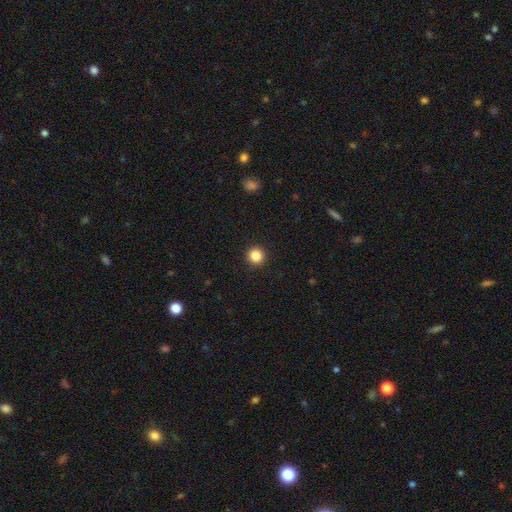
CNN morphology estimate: A smooth galaxy with no disk features (85%) that is round (95%). Merging: none (93%).